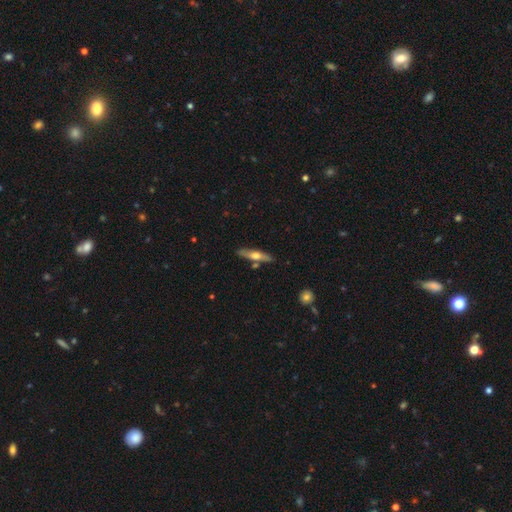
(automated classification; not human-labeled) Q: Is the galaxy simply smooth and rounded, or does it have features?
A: featured or disk — 53%.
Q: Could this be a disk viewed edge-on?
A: yes — 89%.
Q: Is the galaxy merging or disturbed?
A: none — 81%.